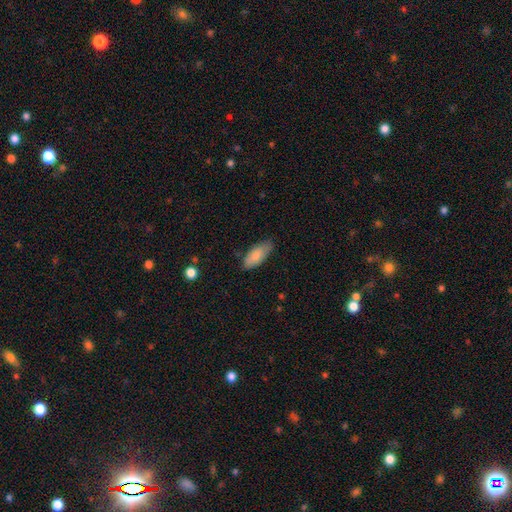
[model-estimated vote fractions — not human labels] Smooth or featured? Predicted: smooth (p=0.81). How rounded? Predicted: in between (p=0.82). Merging? Predicted: none (p=0.77).